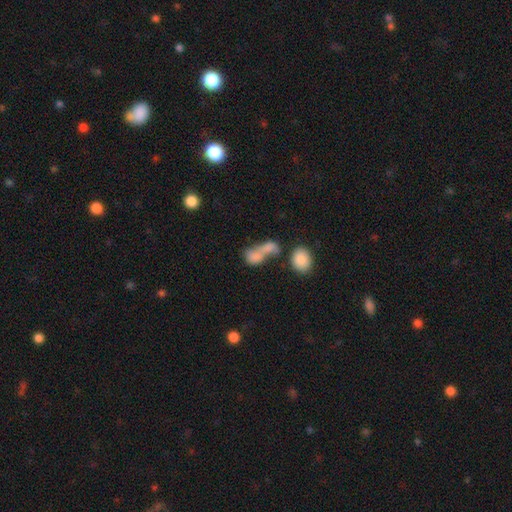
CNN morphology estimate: Q: Smooth or featured?
A: smooth (75%); runner-up: featured or disk (15%)
Q: How rounded?
A: in between (71%); runner-up: round (23%)
Q: Merging?
A: merger (67%); runner-up: none (17%)